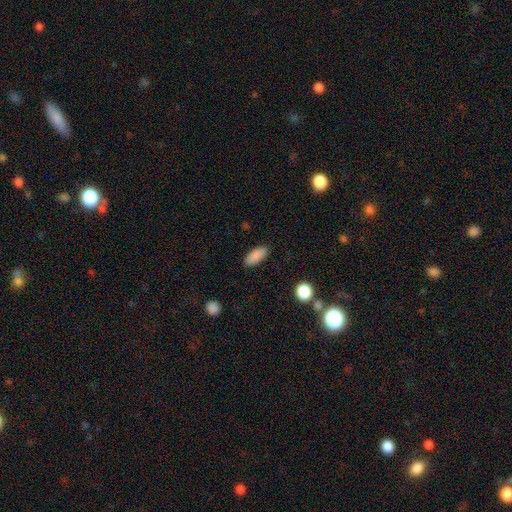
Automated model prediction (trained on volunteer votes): smooth_or_featured: smooth (p=0.88) [alt: star or artifact p=0.08]
how_rounded: in between (p=0.83) [alt: cigar-shaped p=0.15]
merging: none (p=0.88) [alt: minor disturbance p=0.09]